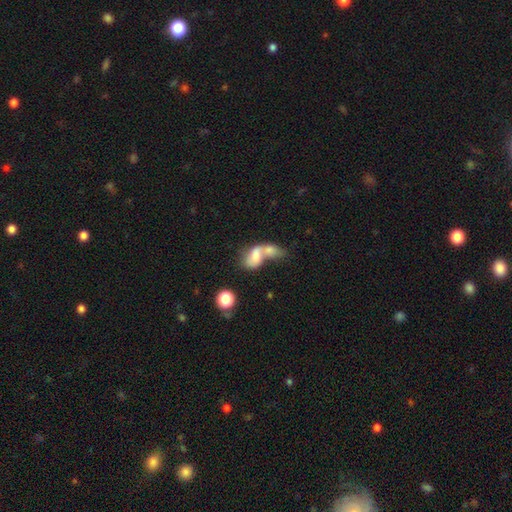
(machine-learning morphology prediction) type=smooth (67%); roundness=in between (83%); merging=merger (76%).